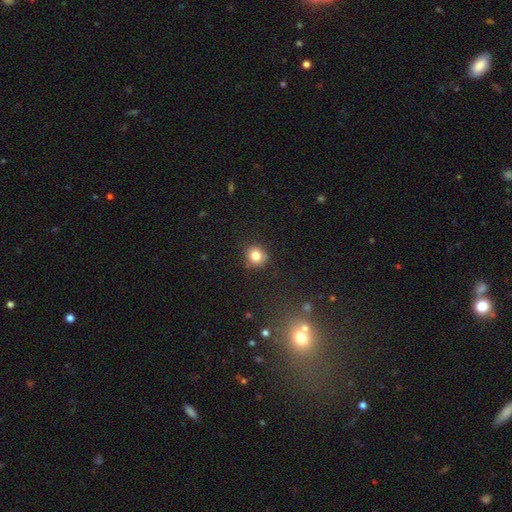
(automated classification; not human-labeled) Smooth or featured?
  - smooth: 81% *
  - star or artifact: 12%
  - featured or disk: 7%
How rounded?
  - round: 83% *
  - in between: 16%
  - cigar-shaped: 1%
Merging?
  - none: 83% *
  - minor disturbance: 12%
  - major disturbance: 3%
  - merger: 2%